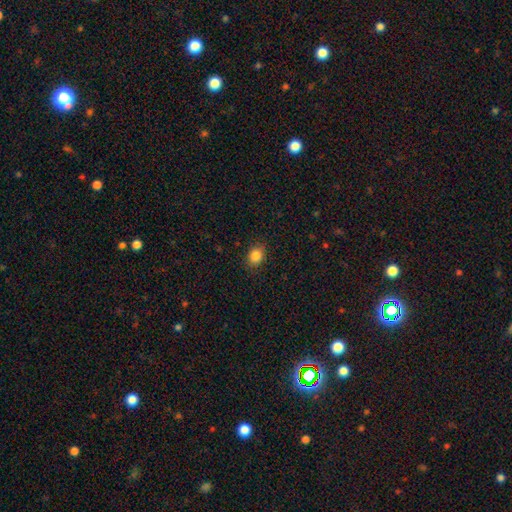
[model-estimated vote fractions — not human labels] Overall: smooth (85%). How rounded: in between (52%; round 47%). Merging: none (87%).